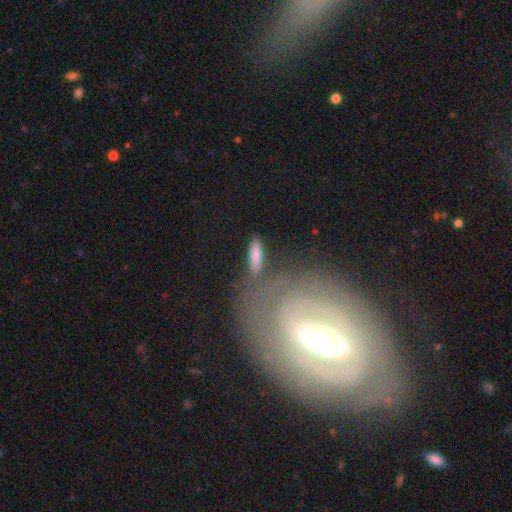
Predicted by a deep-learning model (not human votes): A smooth galaxy with no disk features (82%) that is cigar-shaped (62%). Merging: none (75%).